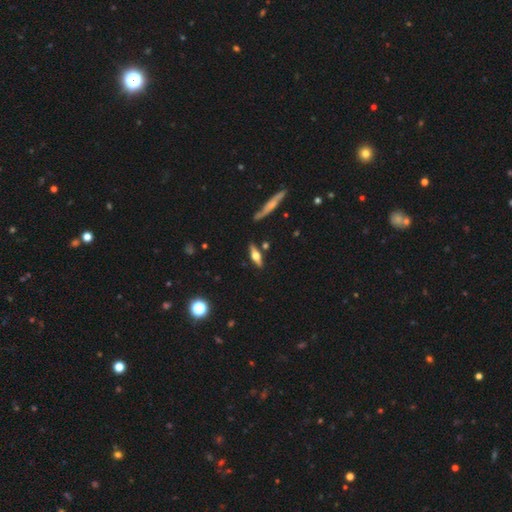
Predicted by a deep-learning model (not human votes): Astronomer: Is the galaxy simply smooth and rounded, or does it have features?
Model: featured or disk — 56% (runner-up: smooth, 36%).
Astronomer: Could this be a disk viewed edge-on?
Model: yes — 93%.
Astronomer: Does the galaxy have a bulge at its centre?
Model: rounded — 93%.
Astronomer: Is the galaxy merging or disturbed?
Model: none — 82%.